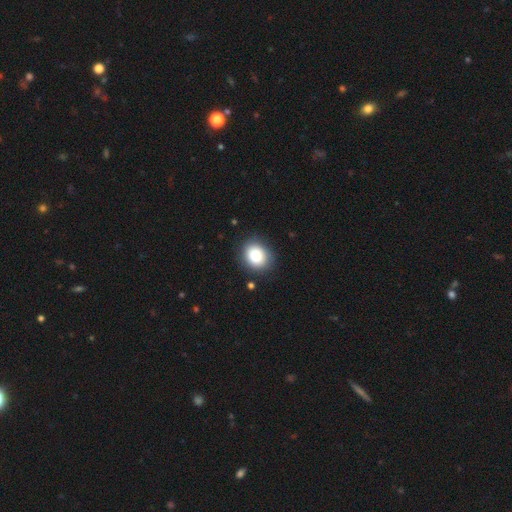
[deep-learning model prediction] Smooth or featured? Predicted: smooth (p=0.85). How rounded? Predicted: round (p=0.61). Merging? Predicted: none (p=0.85).